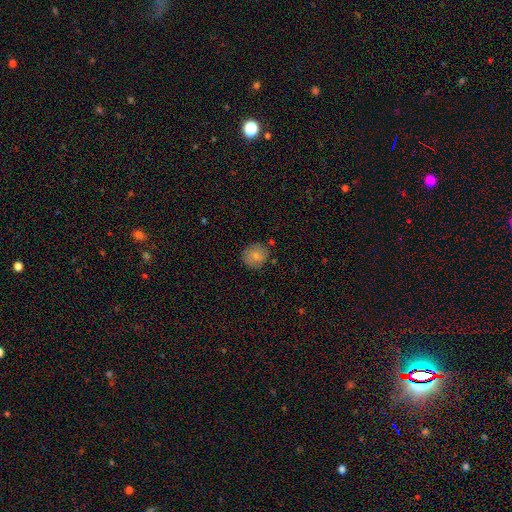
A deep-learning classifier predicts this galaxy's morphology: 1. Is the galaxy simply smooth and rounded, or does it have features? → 80% smooth, 12% featured or disk, 8% star or artifact.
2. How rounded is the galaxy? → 86% round, 13% in between, 1% cigar-shaped.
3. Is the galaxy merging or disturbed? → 81% none, 13% minor disturbance, 3% major disturbance, 3% merger.